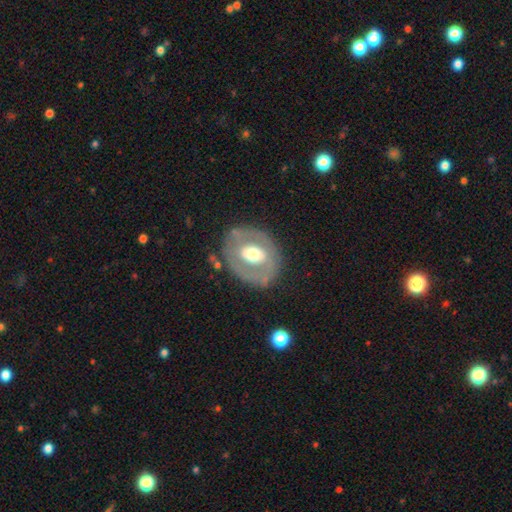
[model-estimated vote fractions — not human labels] A featured or disk galaxy (63%) with no bar (58%), no spiral arms (73%) and a moderate central bulge (65%).

Vote fractions:
- Smooth or featured? featured or disk: 63% / smooth: 32% / star or artifact: 5%
- Edge-on disk? no: 94% / yes: 6%
- Bar? no: 58% / weak: 28% / strong: 14%
- Spiral arms? no: 73% / yes: 27%
- Bulge size? moderate: 65% / large: 22% / small: 10% / dominant: 2% / none: 1%
- Merging? none: 75% / minor disturbance: 16% / major disturbance: 7% / merger: 2%